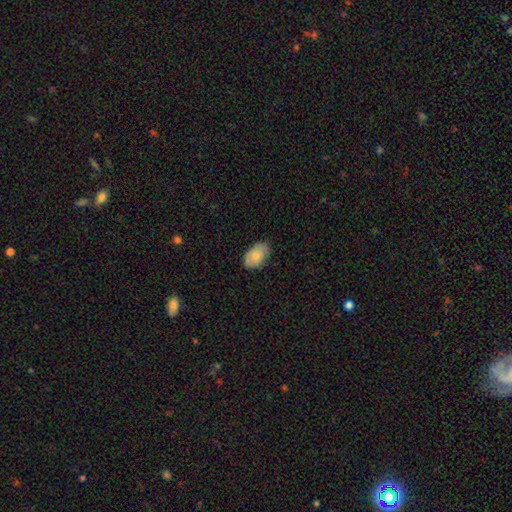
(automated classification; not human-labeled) smooth 82%, featured or disk 11%, star or artifact 6%. Down the decision tree: how rounded — in between (92%); merging — none (81%).